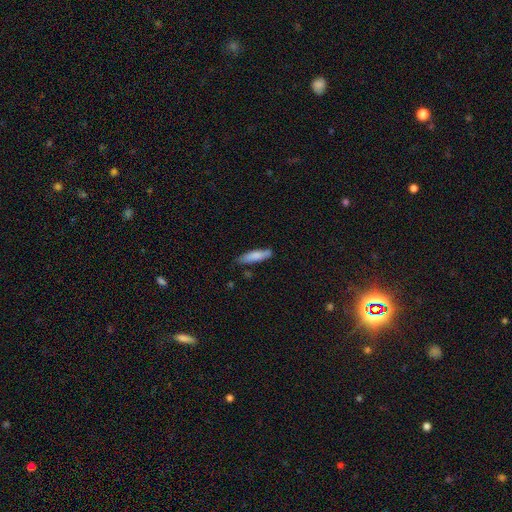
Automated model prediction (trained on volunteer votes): Q: Smooth or featured?
A: smooth (80%); runner-up: featured or disk (14%)
Q: How rounded?
A: cigar-shaped (73%); runner-up: in between (26%)
Q: Merging?
A: none (74%); runner-up: minor disturbance (19%)